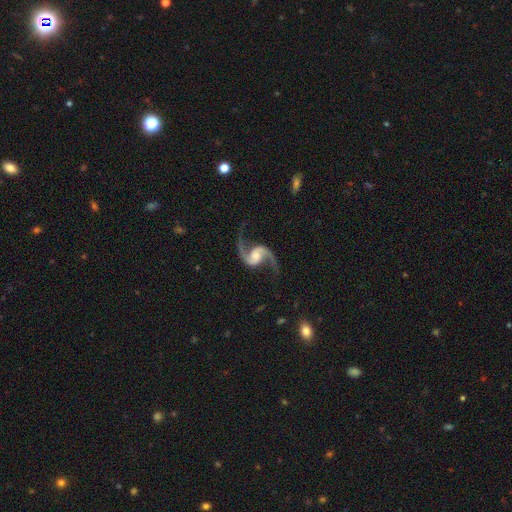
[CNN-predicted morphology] Smooth or featured? Predicted: featured or disk (p=0.94). Edge-on disk? Predicted: no (p=0.98). Bar? Predicted: no (p=0.49). Spiral arms? Predicted: yes (p=0.98). Spiral winding? Predicted: loose (p=0.65). Spiral arm count? Predicted: 2 (p=0.95). Bulge size? Predicted: moderate (p=0.39). Merging? Predicted: none (p=0.80).